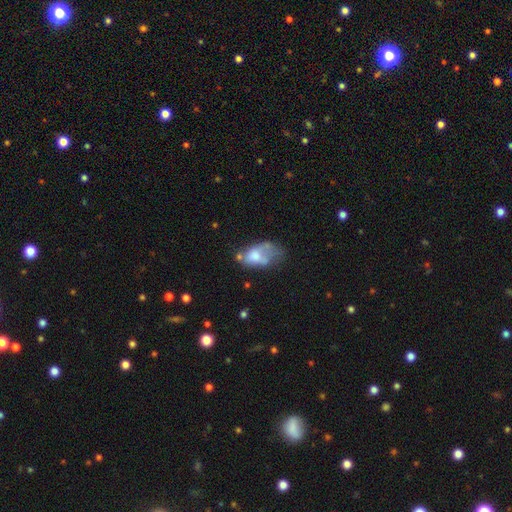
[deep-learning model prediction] A smooth galaxy with no disk features (54%) that is in between round and cigar-shaped (88%).

Vote fractions:
- Smooth or featured? smooth: 54% / featured or disk: 36% / star or artifact: 10%
- How rounded? in between: 88% / round: 9% / cigar-shaped: 2%
- Merging? major disturbance: 34% / minor disturbance: 24% / merger: 21% / none: 20%